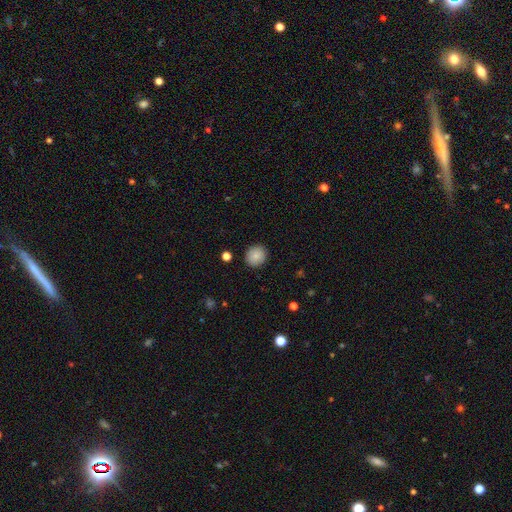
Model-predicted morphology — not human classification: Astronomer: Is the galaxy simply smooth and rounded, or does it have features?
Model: smooth — 87%.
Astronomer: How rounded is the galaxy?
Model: round — 85%.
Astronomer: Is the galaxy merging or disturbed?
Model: none — 90%.